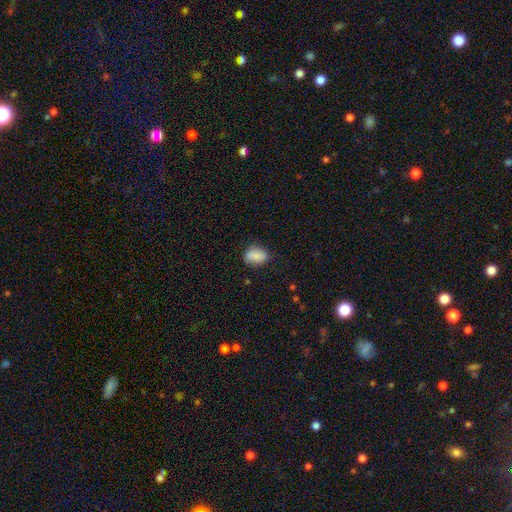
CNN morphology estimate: Smooth or featured: smooth — 87% (star or artifact — 7%)
How rounded: in between — 76% (round — 23%)
Merging: none — 77% (minor disturbance — 18%)